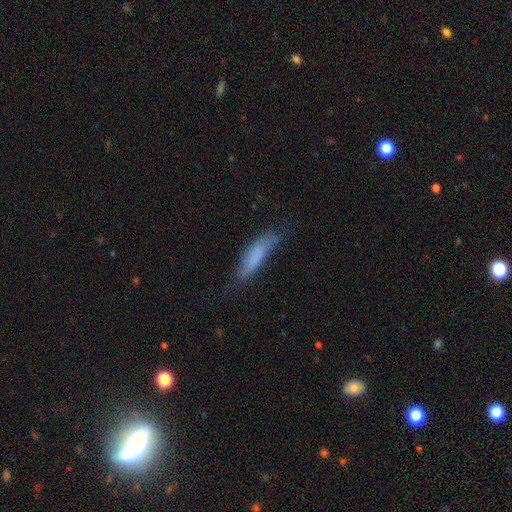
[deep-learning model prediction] Smooth or featured: smooth — 70% (featured or disk — 22%)
How rounded: cigar-shaped — 65% (in between — 34%)
Merging: none — 54% (minor disturbance — 31%)